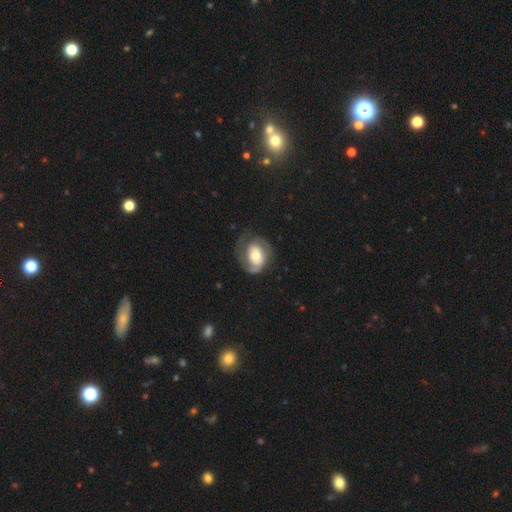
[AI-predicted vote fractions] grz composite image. It shows a featured or disk galaxy (67%) with no bar (64%), 2 (63%) tight (43%) spiral arms (83%) and a moderate central bulge (64%). Merging: none (57%).